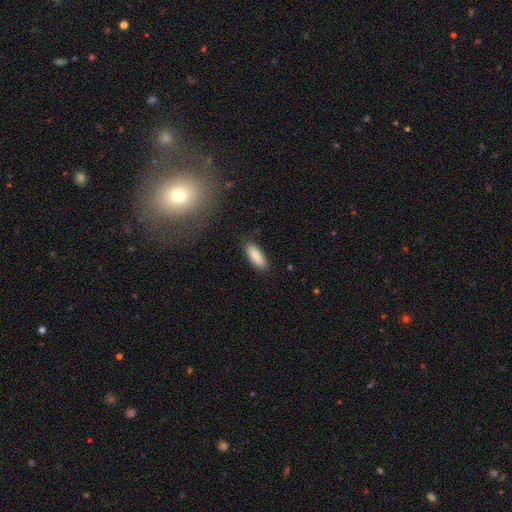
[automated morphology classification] A smooth galaxy with no disk features (89%) that is in between round and cigar-shaped (61%).

Vote fractions:
- Smooth or featured? smooth: 89% / star or artifact: 6% / featured or disk: 5%
- How rounded? in between: 61% / cigar-shaped: 38% / round: 2%
- Merging? none: 86% / minor disturbance: 10% / major disturbance: 2% / merger: 1%